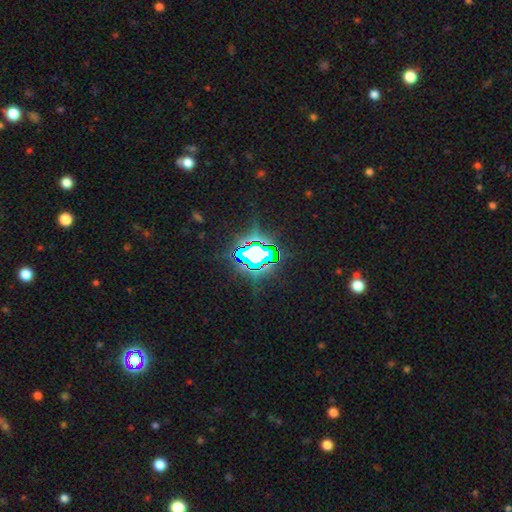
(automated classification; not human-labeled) A star or artifact, not a galaxy (75%).

Vote fractions:
- Smooth or featured? star or artifact: 75% / smooth: 13% / featured or disk: 12%